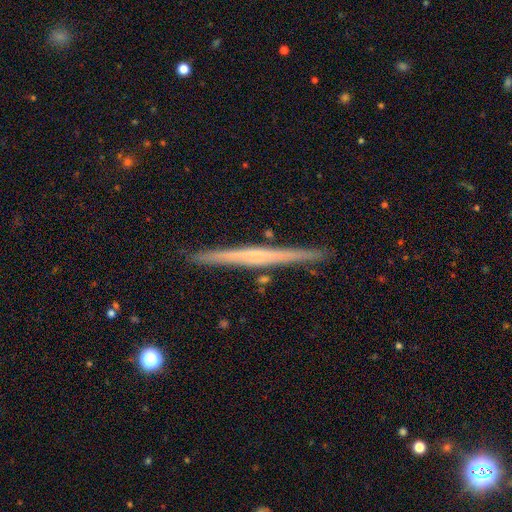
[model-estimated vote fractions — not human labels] Smooth or featured? Predicted: featured or disk (p=0.64). Edge-on disk? Predicted: yes (p=0.98). Edge-on bulge? Predicted: none (p=0.78). Merging? Predicted: none (p=0.91).